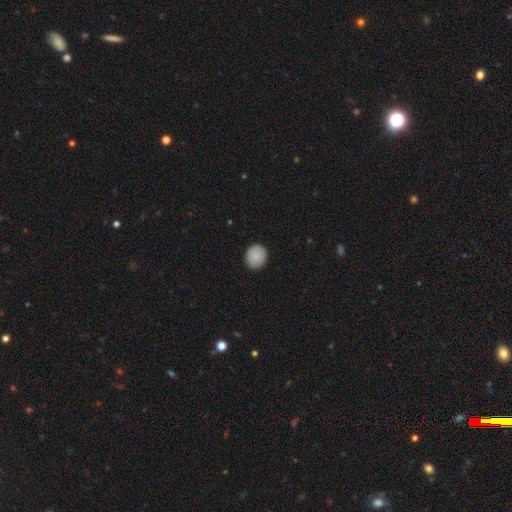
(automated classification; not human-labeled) Smooth or featured: smooth — 87% (star or artifact — 7%)
How rounded: round — 78% (in between — 21%)
Merging: none — 90% (minor disturbance — 7%)